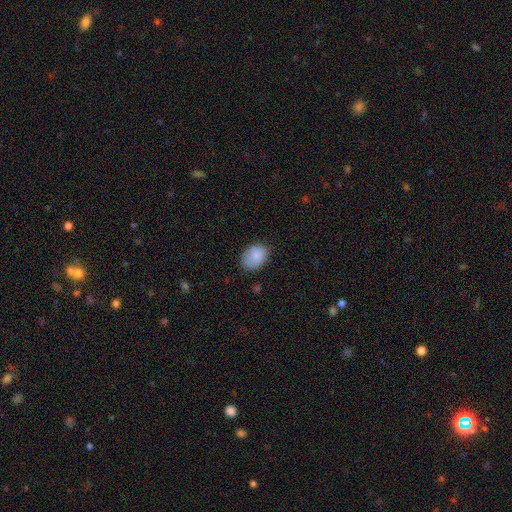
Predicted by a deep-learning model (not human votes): Overall: smooth (85%). How rounded: in between (73%). Merging: none (74%).